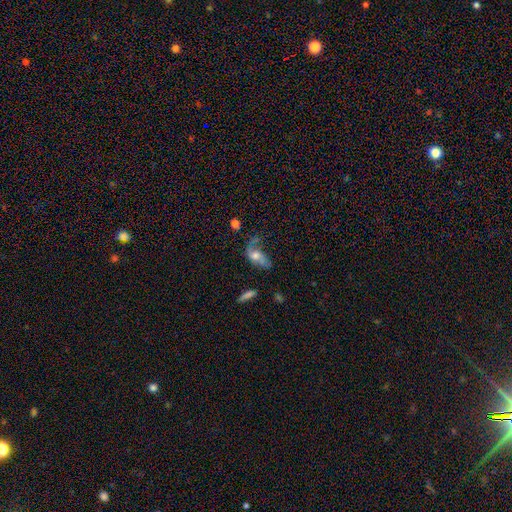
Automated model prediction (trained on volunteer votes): This appears to be a smooth galaxy with no disk features (47%). Merging: major disturbance (43%).